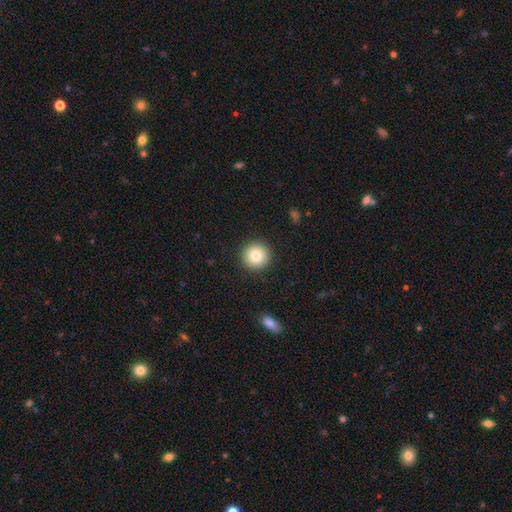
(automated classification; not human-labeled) smooth-or-featured: smooth: 81% | featured or disk: 10% | star or artifact: 9%
  how-rounded: round: 95% | in between: 4% | cigar-shaped: 1%
  merging: none: 92% | minor disturbance: 5% | major disturbance: 2% | merger: 1%